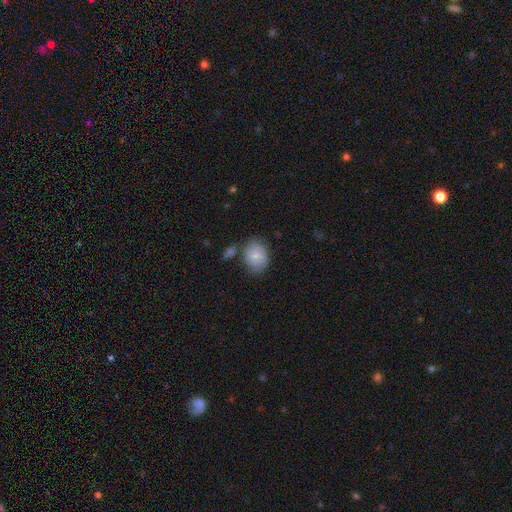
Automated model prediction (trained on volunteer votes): The model was most divided on "how rounded": in between: 59%, round: 40%, cigar-shaped: 1%. More confident: smooth or featured — smooth (82%); merging — none (66%).